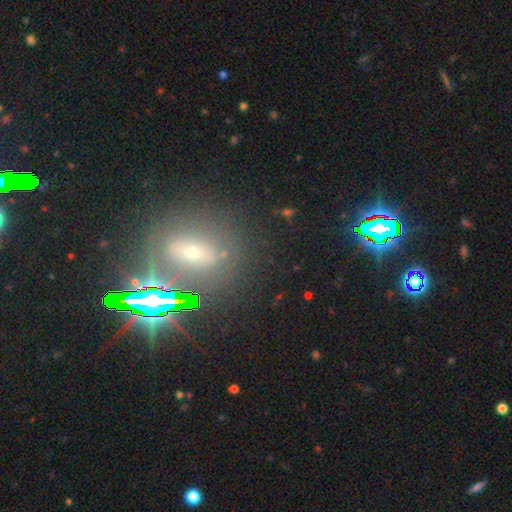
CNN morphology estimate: This appears to be a star or artifact, not a galaxy (55%).